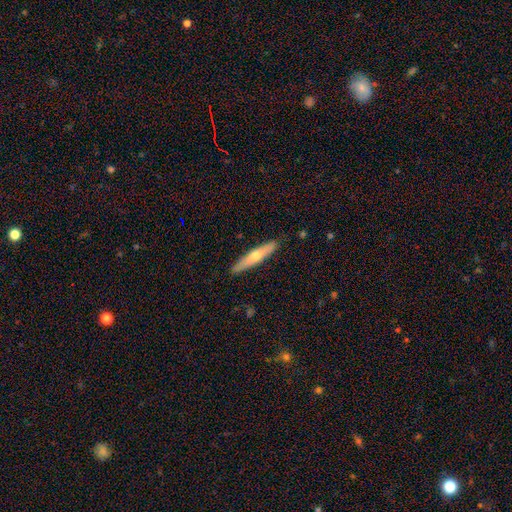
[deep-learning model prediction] Smooth or featured? Predicted: smooth (p=0.51). How rounded? Predicted: cigar-shaped (p=0.87). Merging? Predicted: none (p=0.89).